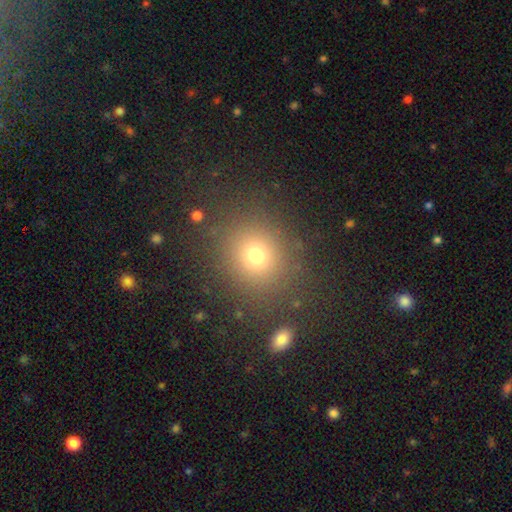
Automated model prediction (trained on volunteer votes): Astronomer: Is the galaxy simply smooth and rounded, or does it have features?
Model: smooth — 73%.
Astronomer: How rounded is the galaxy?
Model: round — 82%.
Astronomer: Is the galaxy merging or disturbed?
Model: none — 85%.